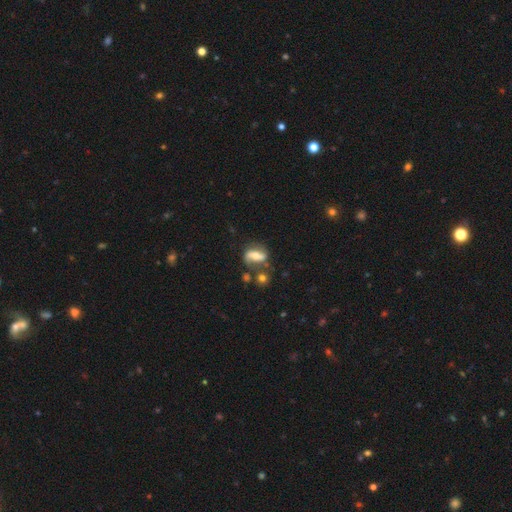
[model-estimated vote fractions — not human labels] This is possibly a featured or disk galaxy (55%). It is clearly not viewed edge-on (88%). Merging: possibly none (57%).